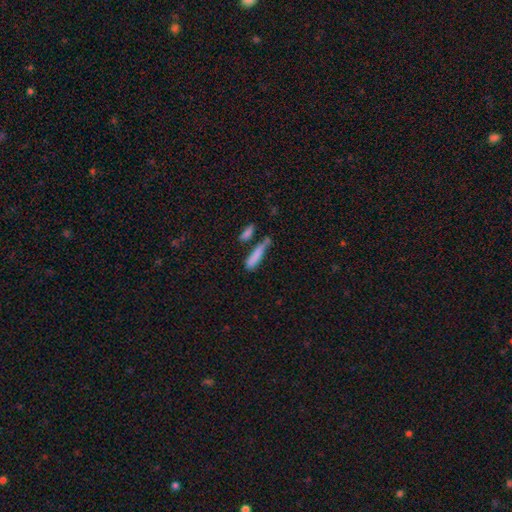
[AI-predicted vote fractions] Overall: smooth (78%). How rounded: cigar-shaped (81%). Merging: none (50%; minor disturbance 21%).